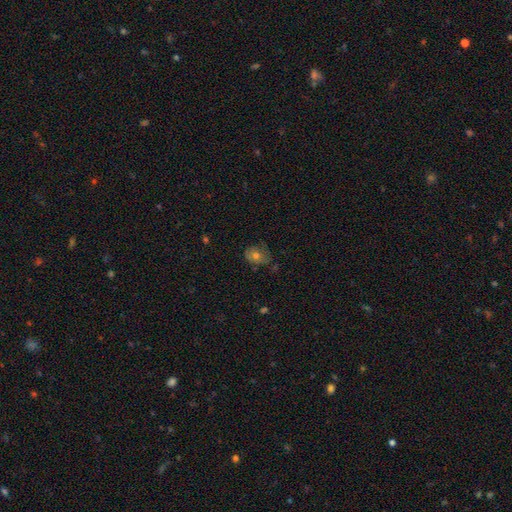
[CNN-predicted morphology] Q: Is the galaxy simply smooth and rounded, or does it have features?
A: smooth — 53%.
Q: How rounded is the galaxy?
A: in between — 51%.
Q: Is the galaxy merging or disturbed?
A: none — 63%.